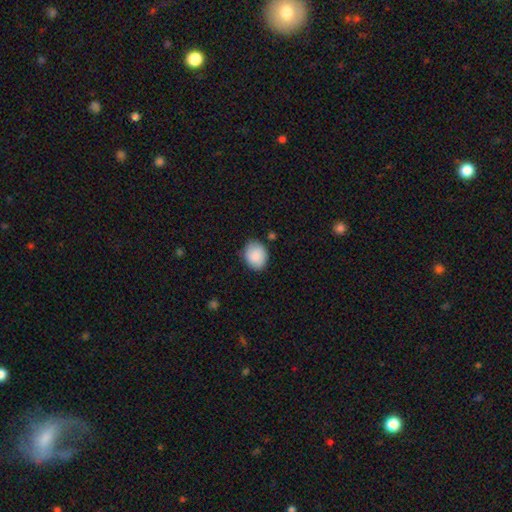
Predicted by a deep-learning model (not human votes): A smooth galaxy with no disk features (88%) that is round (51%).

Vote fractions:
- Smooth or featured? smooth: 88% / star or artifact: 7% / featured or disk: 5%
- How rounded? round: 51% / in between: 48% / cigar-shaped: 1%
- Merging? none: 81% / minor disturbance: 14% / major disturbance: 3% / merger: 2%